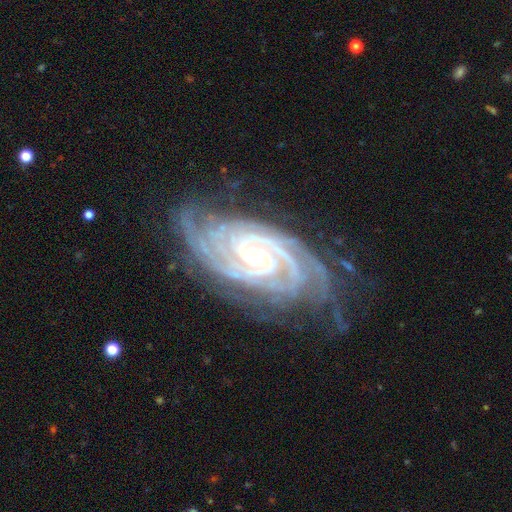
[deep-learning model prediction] A featured or disk galaxy (93%) with no bar (56%), 2 (29%) tight (82%) spiral arms (99%) and a small central bulge (72%). Merging: none (69%).